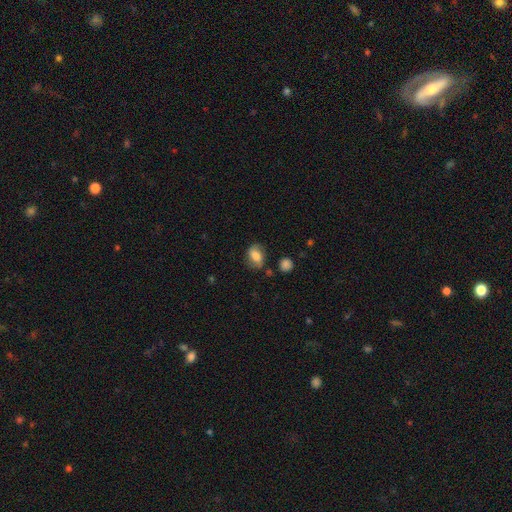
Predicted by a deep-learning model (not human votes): smooth_or_featured: smooth (p=0.68) [alt: featured or disk p=0.23]
how_rounded: in between (p=0.71) [alt: round p=0.27]
merging: none (p=0.67) [alt: minor disturbance p=0.21]